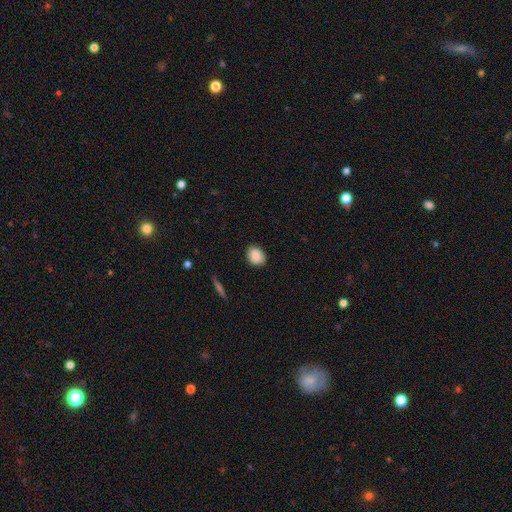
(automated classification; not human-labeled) Overall: smooth (88%). How rounded: in between (64%; round 35%). Merging: none (86%).